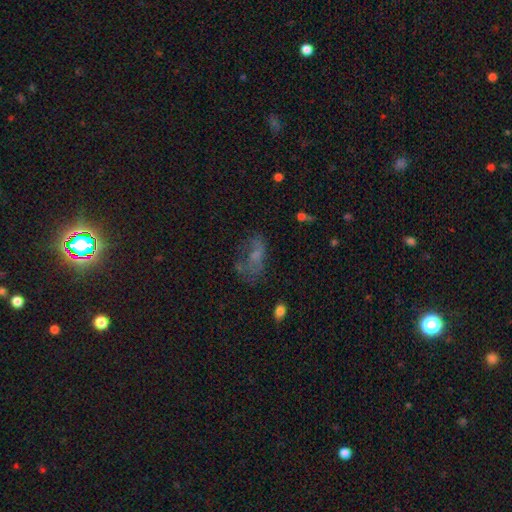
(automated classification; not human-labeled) Q: Smooth or featured?
A: smooth (44%); runner-up: featured or disk (36%)
Q: Merging?
A: none (41%); runner-up: major disturbance (30%)